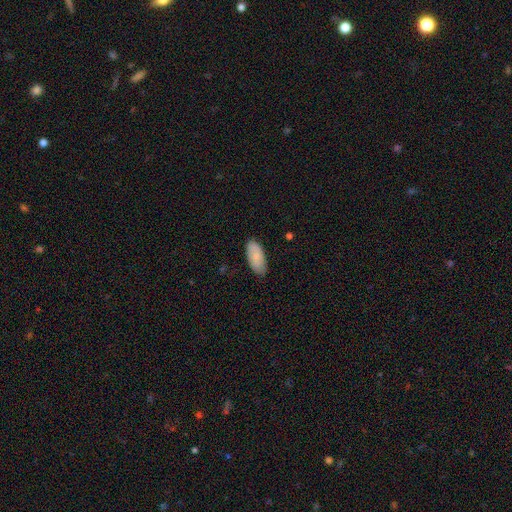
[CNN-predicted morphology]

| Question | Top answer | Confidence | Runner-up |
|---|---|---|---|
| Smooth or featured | smooth | 82% | featured or disk (12%) |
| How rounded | in between | 91% | cigar-shaped (8%) |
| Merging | none | 82% | minor disturbance (15%) |